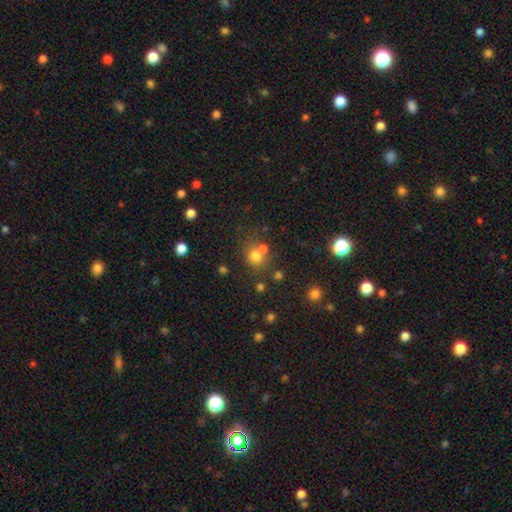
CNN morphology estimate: Smooth or featured? smooth (72%)
How rounded? round (80%)
Merging? none (57%)